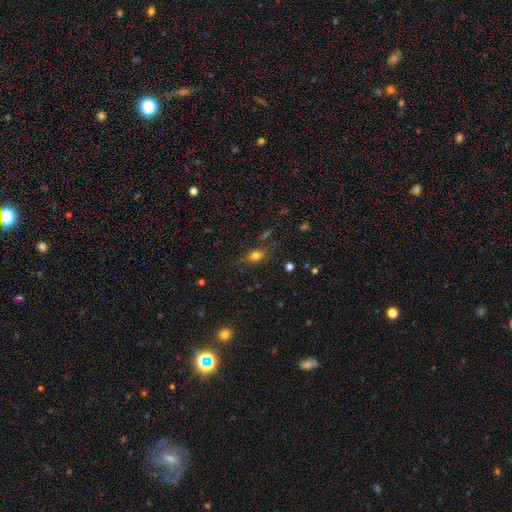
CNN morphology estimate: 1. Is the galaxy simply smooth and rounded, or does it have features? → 76% smooth, 15% star or artifact, 9% featured or disk.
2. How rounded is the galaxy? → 71% in between, 24% round, 5% cigar-shaped.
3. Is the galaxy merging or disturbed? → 74% none, 16% minor disturbance, 6% major disturbance, 4% merger.